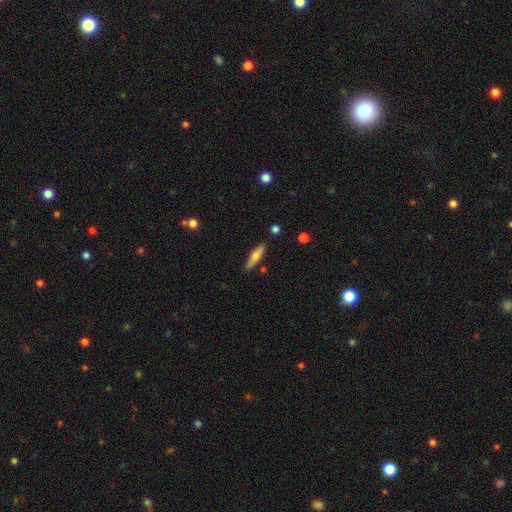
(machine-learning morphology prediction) smooth_or_featured: smooth (p=0.68) [alt: featured or disk p=0.25]
how_rounded: cigar-shaped (p=0.74) [alt: in between p=0.24]
merging: none (p=0.83) [alt: minor disturbance p=0.12]